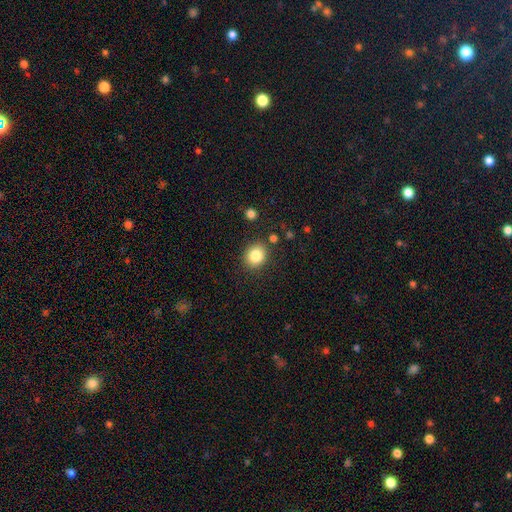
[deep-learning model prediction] smooth_or_featured: smooth (p=0.84) [alt: star or artifact p=0.10]
how_rounded: round (p=0.68) [alt: in between p=0.31]
merging: none (p=0.85) [alt: minor disturbance p=0.09]